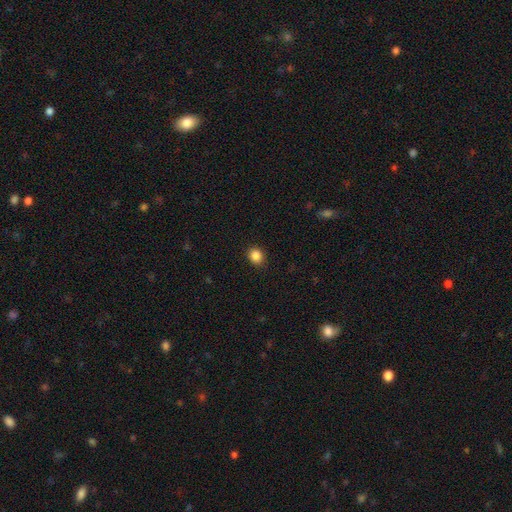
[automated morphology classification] A smooth galaxy with no disk features (86%) that is round (70%). Merging: none (90%).